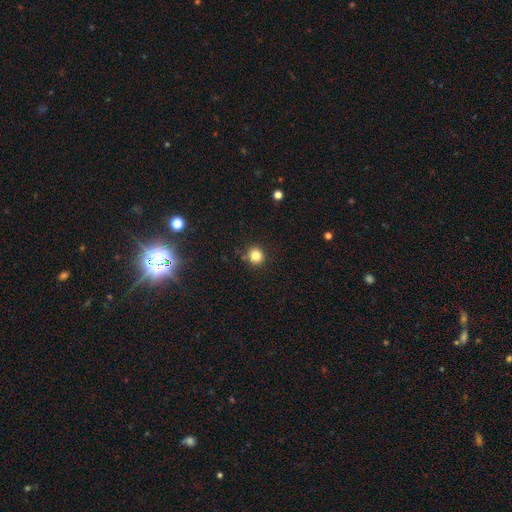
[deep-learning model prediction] This appears to be a smooth galaxy with no disk features (83%) that is round (89%). Merging: none (86%).